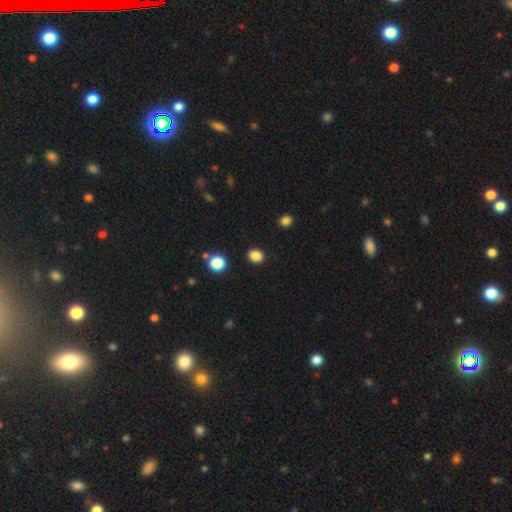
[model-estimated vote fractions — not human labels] Smooth or featured? Predicted: smooth (p=0.85). How rounded? Predicted: round (p=0.72). Merging? Predicted: none (p=0.90).